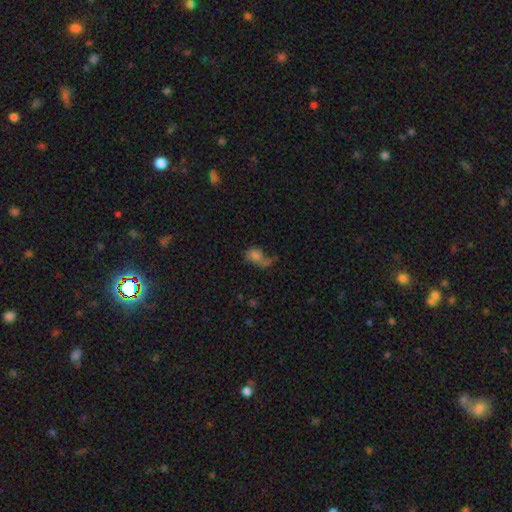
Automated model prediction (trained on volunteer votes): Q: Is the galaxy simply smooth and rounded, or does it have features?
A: smooth — 54%.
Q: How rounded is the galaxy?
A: in between — 63%.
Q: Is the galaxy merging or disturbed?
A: major disturbance — 39%.